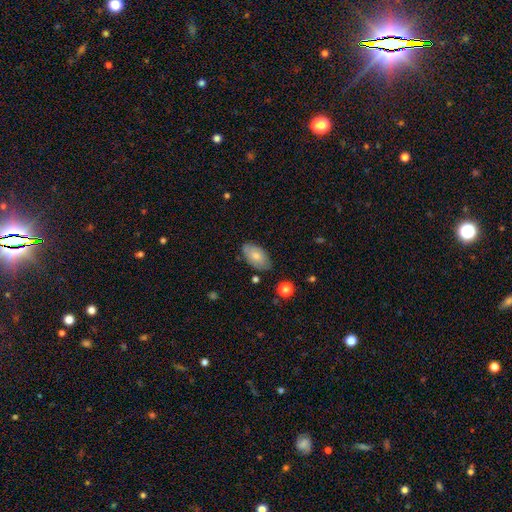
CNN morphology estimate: type=smooth (75%); roundness=in between (94%); merging=none (79%).